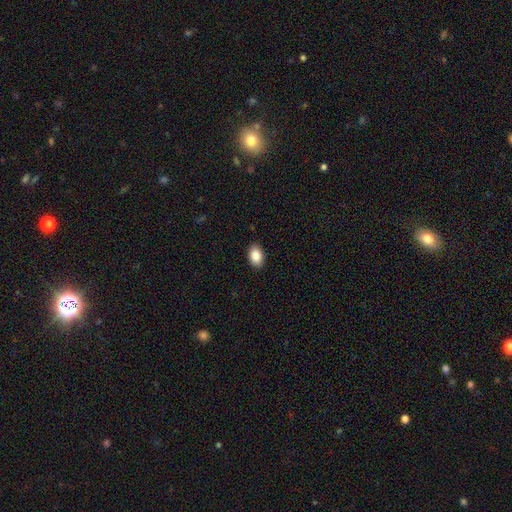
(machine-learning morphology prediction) Smooth or featured?
  - smooth: 88% *
  - star or artifact: 7%
  - featured or disk: 5%
How rounded?
  - in between: 88% *
  - round: 11%
  - cigar-shaped: 1%
Merging?
  - none: 89% *
  - minor disturbance: 8%
  - major disturbance: 2%
  - merger: 1%